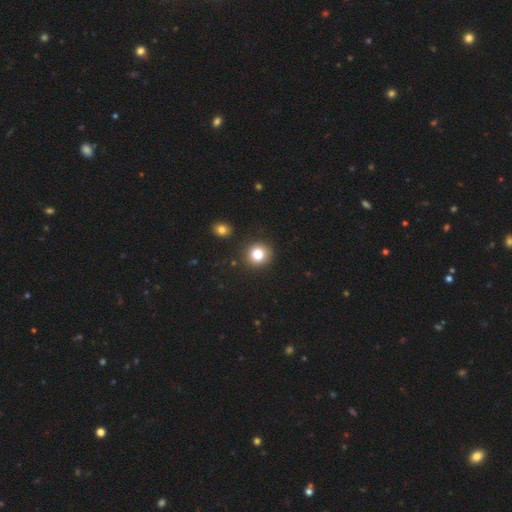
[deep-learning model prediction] Q: Smooth or featured?
A: smooth (78%); runner-up: star or artifact (13%)
Q: How rounded?
A: round (89%); runner-up: in between (10%)
Q: Merging?
A: none (90%); runner-up: minor disturbance (6%)